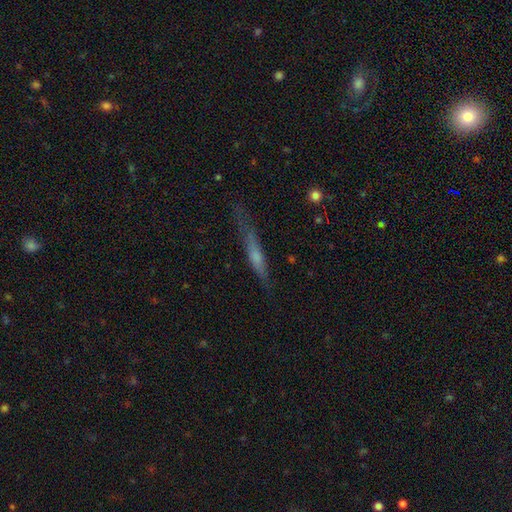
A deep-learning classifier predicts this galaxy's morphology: Smooth or featured?
  - smooth: 47% *
  - featured or disk: 45%
  - star or artifact: 9%
Merging?
  - none: 63% *
  - minor disturbance: 24%
  - major disturbance: 10%
  - merger: 2%